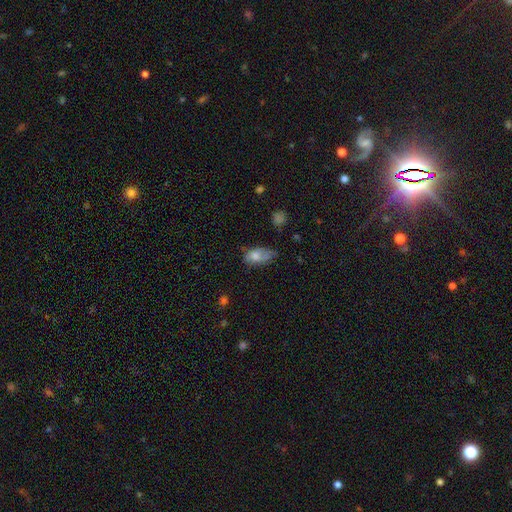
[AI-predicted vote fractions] Smooth or featured: smooth — 69% (featured or disk — 22%)
How rounded: in between — 88% (round — 7%)
Merging: minor disturbance — 40% (none — 36%)